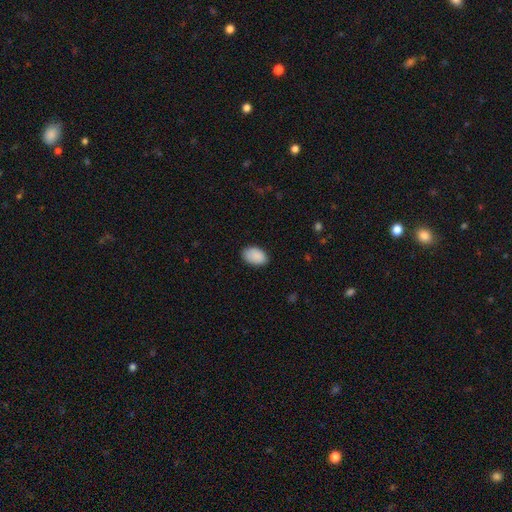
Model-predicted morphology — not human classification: Smooth or featured? smooth (90%)
How rounded? in between (91%)
Merging? none (85%)